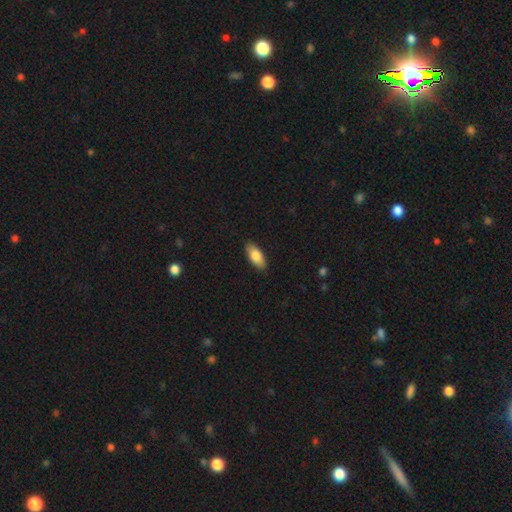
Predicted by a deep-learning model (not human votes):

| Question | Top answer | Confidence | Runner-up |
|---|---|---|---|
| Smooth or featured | smooth | 81% | featured or disk (13%) |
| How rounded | in between | 85% | cigar-shaped (13%) |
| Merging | none | 88% | minor disturbance (9%) |